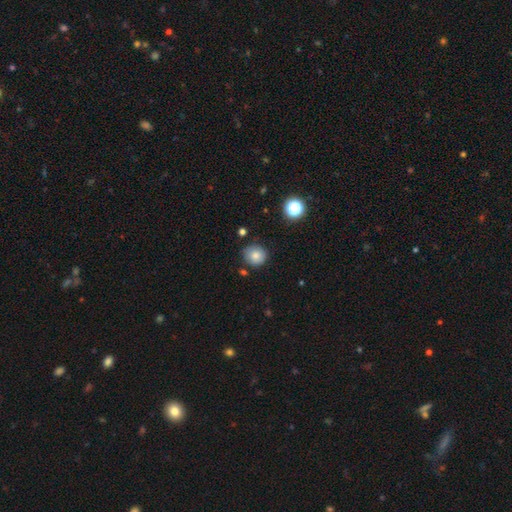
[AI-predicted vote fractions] Smooth or featured: smooth — 79% (star or artifact — 11%)
How rounded: round — 88% (in between — 11%)
Merging: none — 79% (minor disturbance — 15%)